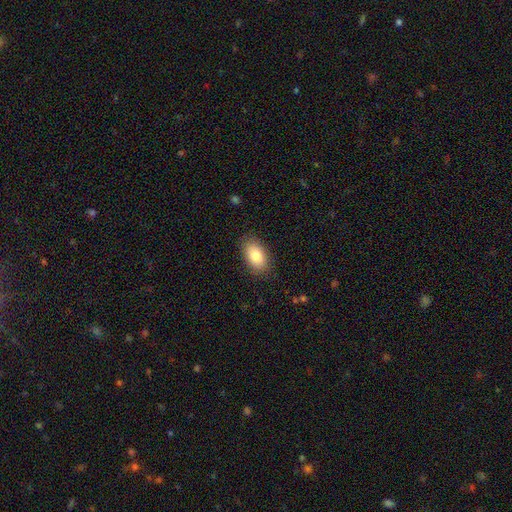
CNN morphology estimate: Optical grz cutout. It shows a smooth galaxy with no disk features (82%) that is in between round and cigar-shaped (92%). Merging: none (86%).